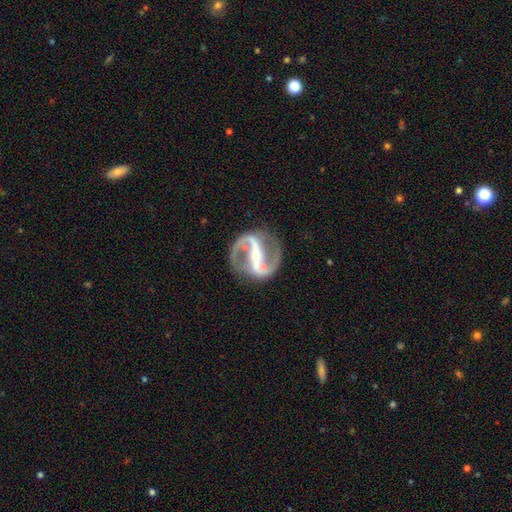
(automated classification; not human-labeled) Smooth or featured: featured or disk — 93% (star or artifact — 4%)
Edge-on disk: no — 97% (yes — 3%)
Bar: strong — 76% (weak — 16%)
Spiral arms: yes — 97% (no — 3%)
Spiral winding: medium — 56% (loose — 27%)
Spiral arm count: 2 — 94% (1 — 2%)
Bulge size: small — 67% (moderate — 28%)
Merging: none — 83% (minor disturbance — 10%)